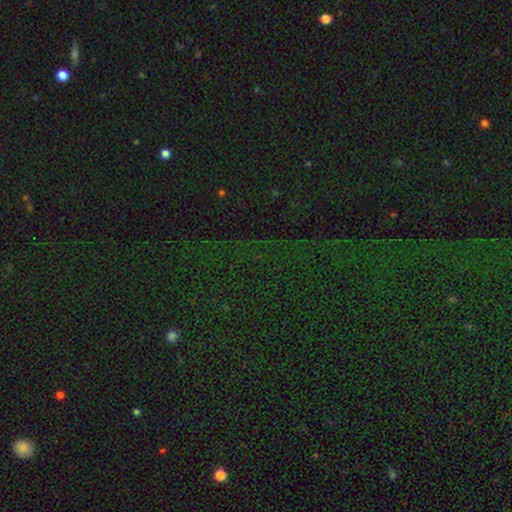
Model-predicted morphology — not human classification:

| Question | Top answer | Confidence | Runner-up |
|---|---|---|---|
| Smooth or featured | star or artifact | 84% | smooth (9%) |